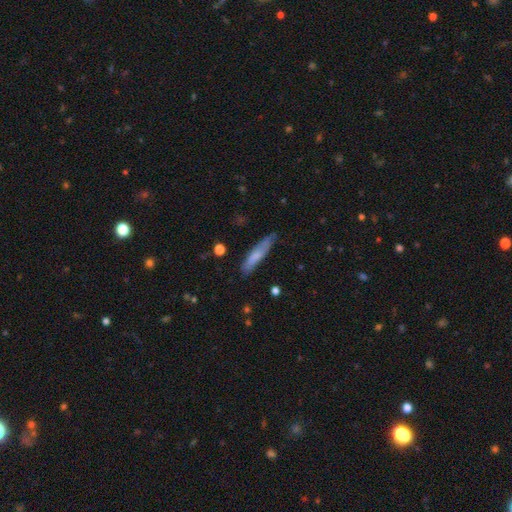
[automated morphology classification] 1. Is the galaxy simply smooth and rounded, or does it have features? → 66% smooth, 27% featured or disk, 6% star or artifact.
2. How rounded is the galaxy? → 83% cigar-shaped, 15% in between, 1% round.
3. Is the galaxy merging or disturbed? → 74% none, 20% minor disturbance, 4% major disturbance, 2% merger.